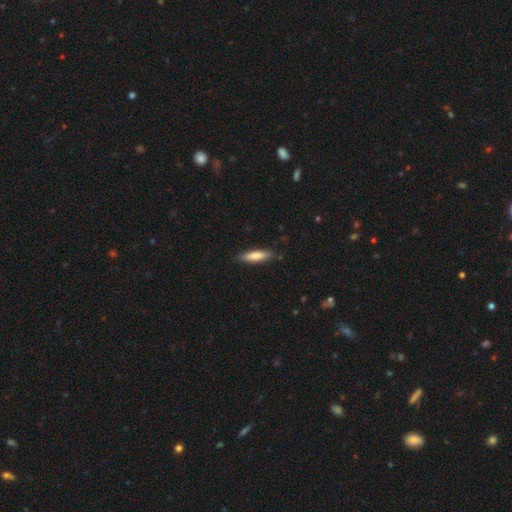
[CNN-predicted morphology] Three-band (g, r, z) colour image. It shows a smooth galaxy with no disk features (80%) that is cigar-shaped (67%). Merging: none (85%).